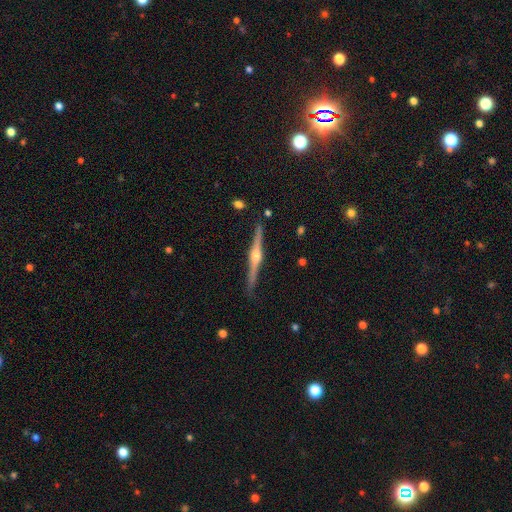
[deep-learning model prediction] Smooth or featured: featured or disk — 85% (smooth — 10%)
Edge-on disk: yes — 99% (no — 1%)
Edge-on bulge: rounded — 94% (boxy — 4%)
Merging: none — 88% (minor disturbance — 9%)